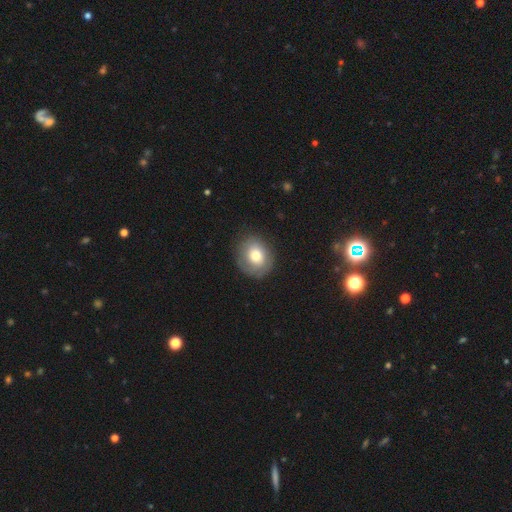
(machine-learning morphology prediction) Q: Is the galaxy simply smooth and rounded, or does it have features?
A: smooth — 65%.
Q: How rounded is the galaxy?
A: round — 67%.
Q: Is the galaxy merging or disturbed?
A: none — 78%.